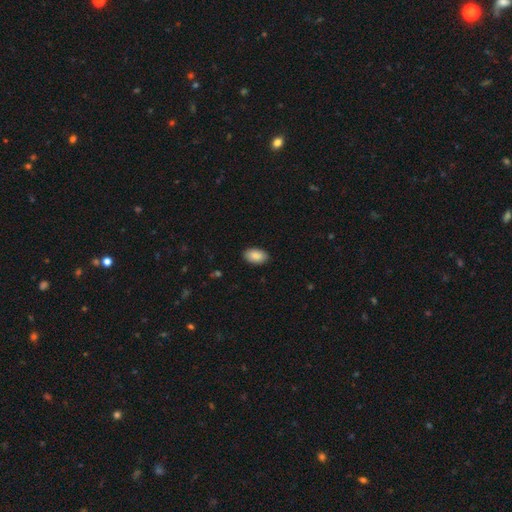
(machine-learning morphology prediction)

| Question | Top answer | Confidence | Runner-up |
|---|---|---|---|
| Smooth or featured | smooth | 89% | star or artifact (7%) |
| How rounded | in between | 93% | round (5%) |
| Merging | none | 89% | minor disturbance (8%) |